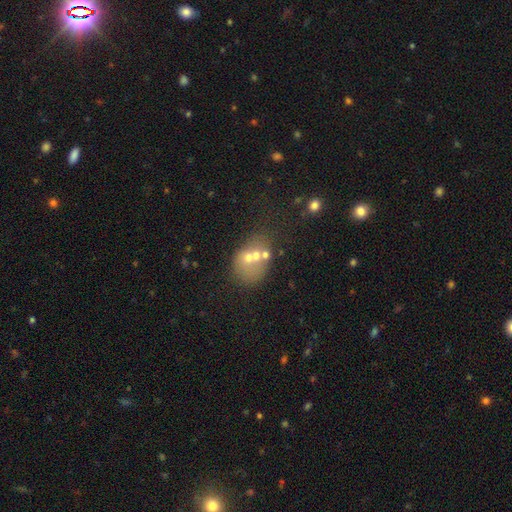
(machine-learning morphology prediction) A smooth galaxy with no disk features (48%). Merging: merger (50%).